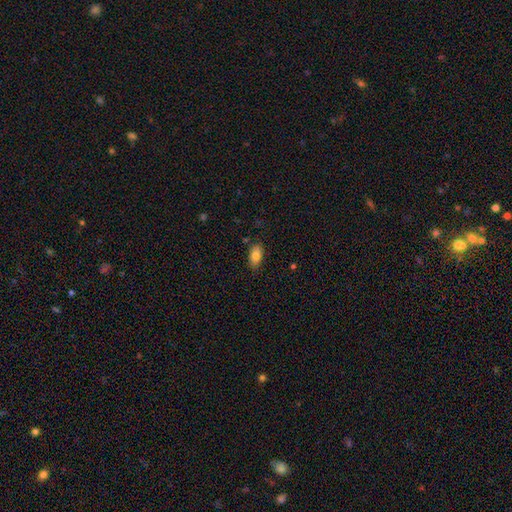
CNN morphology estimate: Overall: smooth (80%). How rounded: in between (91%). Merging: none (82%).